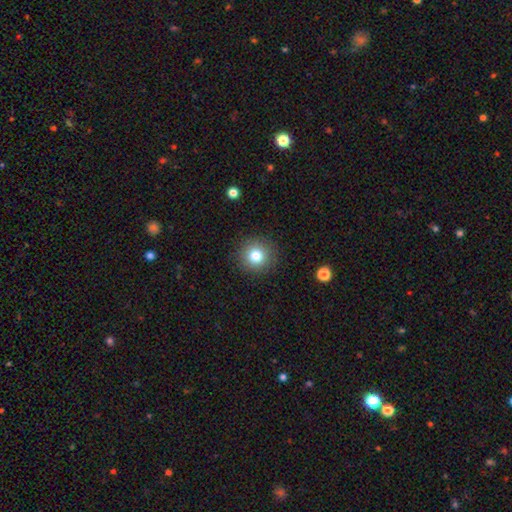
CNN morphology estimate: This appears to be a smooth galaxy with no disk features (78%) that is round (94%). Merging: none (90%).